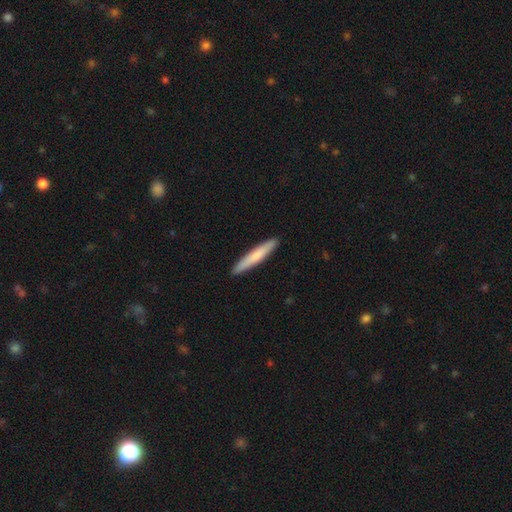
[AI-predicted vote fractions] Morphology: type=smooth (71%); roundness=cigar-shaped (95%); merging=none (92%).